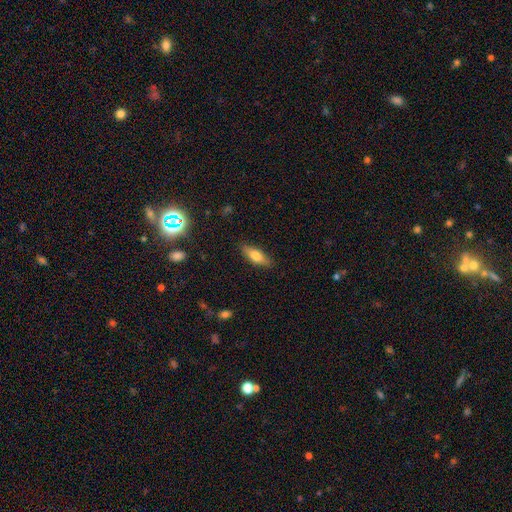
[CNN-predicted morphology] Q: Smooth or featured?
A: smooth (71%); runner-up: featured or disk (22%)
Q: How rounded?
A: in between (63%); runner-up: cigar-shaped (34%)
Q: Merging?
A: none (86%); runner-up: minor disturbance (11%)